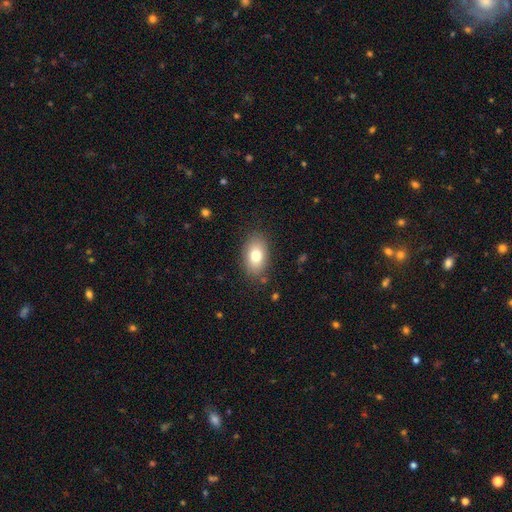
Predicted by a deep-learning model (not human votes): The model was most divided on "smooth or featured": smooth: 78%, featured or disk: 14%, star or artifact: 9%. More confident: how rounded — in between (88%); merging — none (84%).